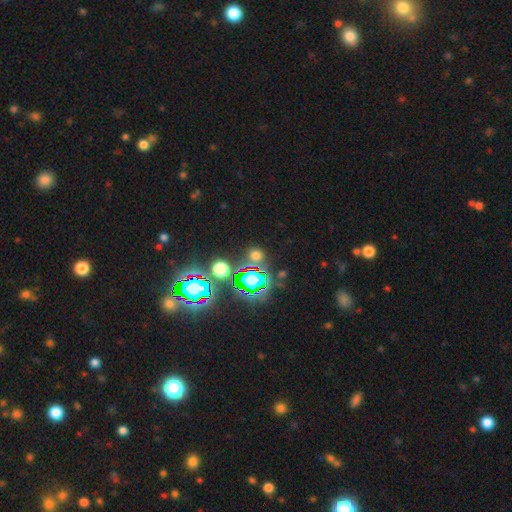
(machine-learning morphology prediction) Smooth or featured?
  - smooth: 46% *
  - star or artifact: 45%
  - featured or disk: 9%
Merging?
  - none: 78% *
  - minor disturbance: 9%
  - merger: 8%
  - major disturbance: 5%